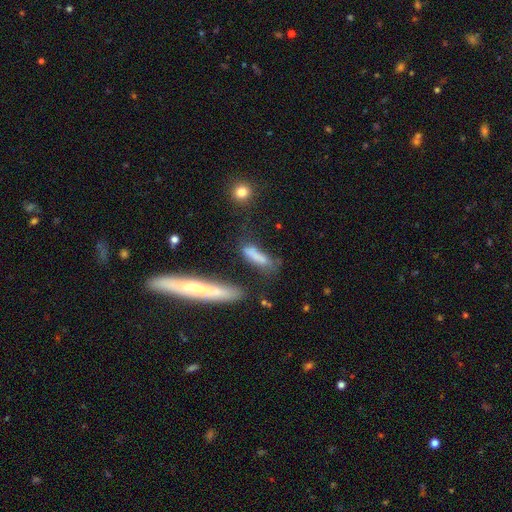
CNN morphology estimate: The model was most divided on "merging": none: 49%, minor disturbance: 24%, merger: 14%, major disturbance: 14%. More confident: how rounded — cigar-shaped (70%); smooth or featured — smooth (69%).